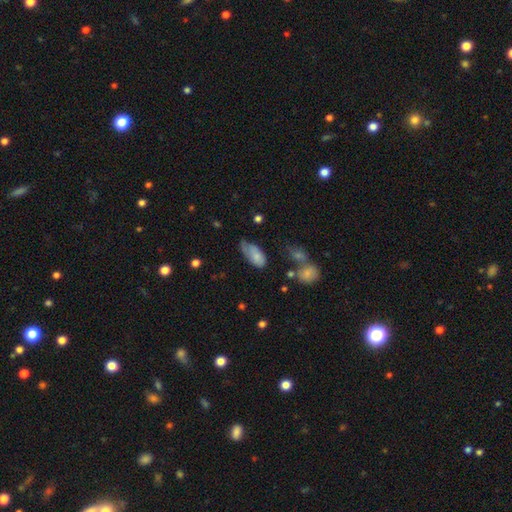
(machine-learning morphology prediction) smooth 76%, featured or disk 17%, star or artifact 8%. Down the decision tree: how rounded — in between (91%); merging — minor disturbance (43%).